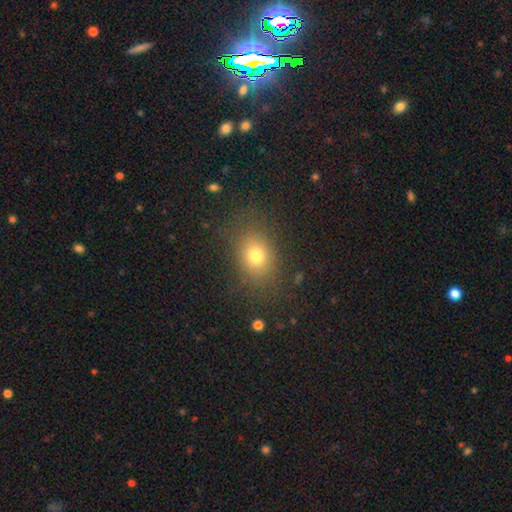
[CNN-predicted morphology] smooth-or-featured: smooth: 74% | star or artifact: 15% | featured or disk: 11%
  how-rounded: in between: 59% | round: 40% | cigar-shaped: 1%
  merging: none: 81% | minor disturbance: 12% | major disturbance: 6% | merger: 1%